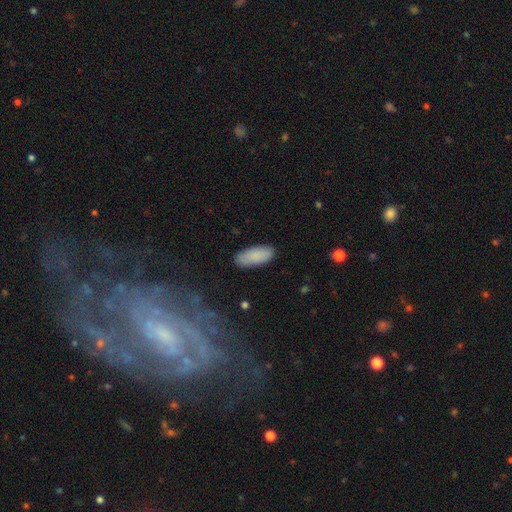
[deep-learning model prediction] Morphology: type=smooth (87%); roundness=in between (81%); merging=none (85%).